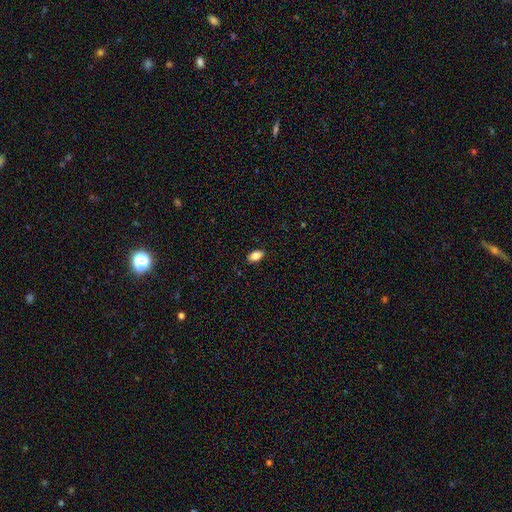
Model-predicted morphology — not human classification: smooth 84%, star or artifact 8%, featured or disk 8%. Down the decision tree: how rounded — in between (90%); merging — none (88%).